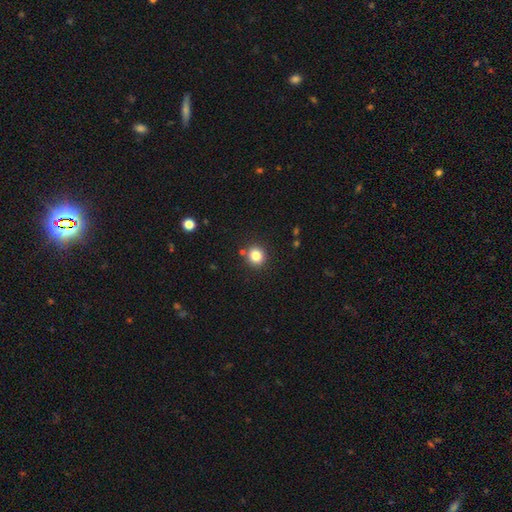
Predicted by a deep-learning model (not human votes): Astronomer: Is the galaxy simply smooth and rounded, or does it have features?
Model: smooth — 82%.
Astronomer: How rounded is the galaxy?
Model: round — 89%.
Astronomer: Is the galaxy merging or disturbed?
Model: none — 87%.